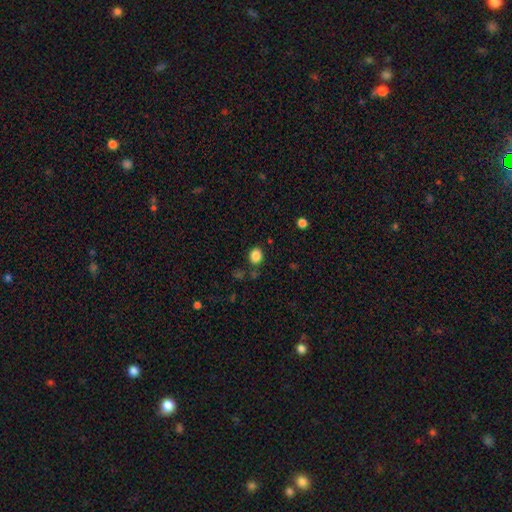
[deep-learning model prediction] smooth-or-featured: smooth: 85% | star or artifact: 11% | featured or disk: 4%
  how-rounded: round: 61% | in between: 38% | cigar-shaped: 1%
  merging: none: 81% | minor disturbance: 11% | merger: 5% | major disturbance: 3%